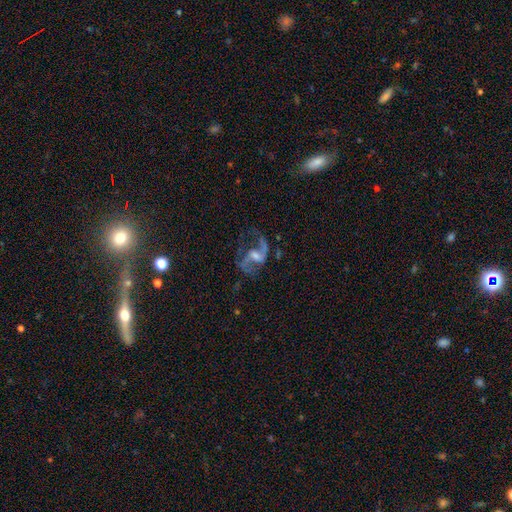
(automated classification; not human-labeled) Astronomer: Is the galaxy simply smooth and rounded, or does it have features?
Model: featured or disk — 83%.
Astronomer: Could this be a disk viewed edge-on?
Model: no — 97%.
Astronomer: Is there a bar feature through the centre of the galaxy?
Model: weak — 50% (runner-up: no, 27%).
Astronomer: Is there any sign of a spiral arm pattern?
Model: yes — 90%.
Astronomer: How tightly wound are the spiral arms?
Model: loose — 58% (runner-up: medium, 35%).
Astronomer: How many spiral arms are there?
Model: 2 — 83%.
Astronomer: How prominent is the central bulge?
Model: moderate — 41% (runner-up: small, 40%).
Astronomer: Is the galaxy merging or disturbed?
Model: none — 54%.